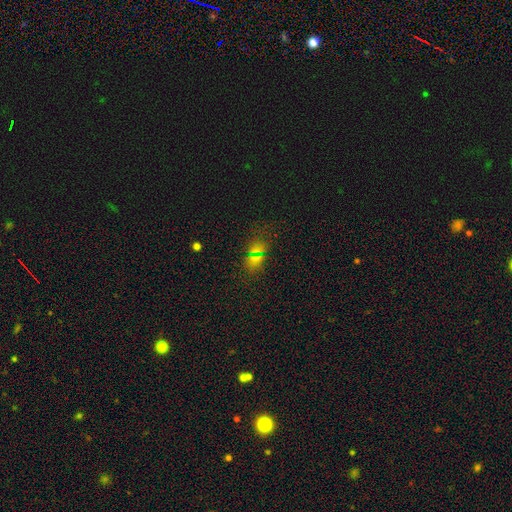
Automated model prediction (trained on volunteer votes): Smooth or featured? smooth (57%)
How rounded? in between (69%)
Merging? none (80%)